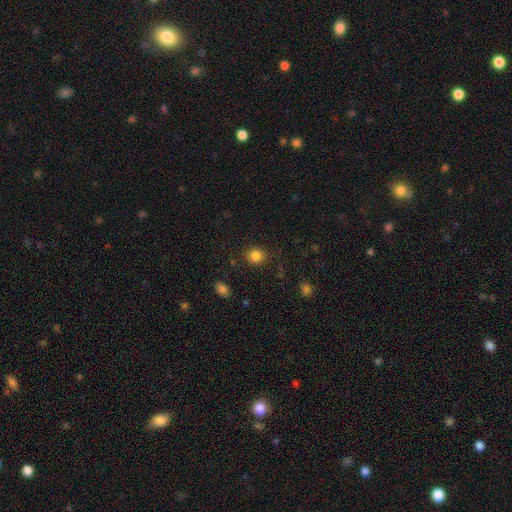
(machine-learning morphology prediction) smooth 84%, star or artifact 12%, featured or disk 5%. Down the decision tree: how rounded — round (86%); merging — none (88%).